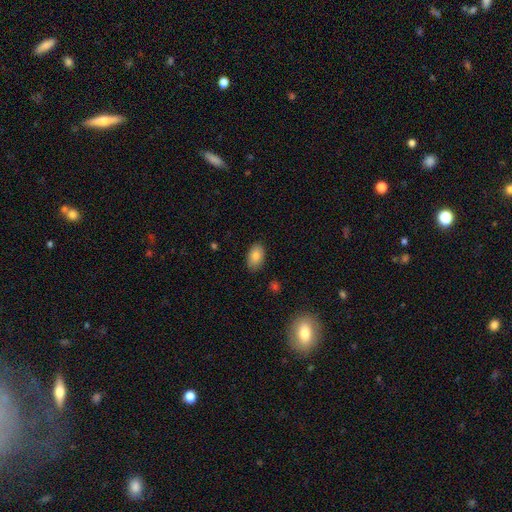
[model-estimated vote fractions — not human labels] This is clearly a smooth galaxy (84%). How rounded: clearly in between (92%). Merging: clearly none (85%).